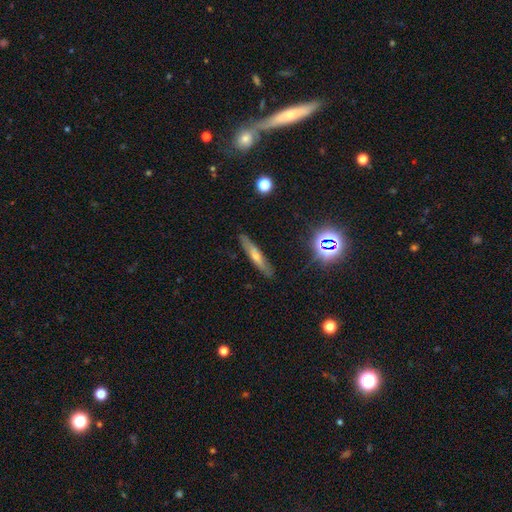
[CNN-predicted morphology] This is possibly a featured or disk galaxy (45%). Merging: clearly none (87%).